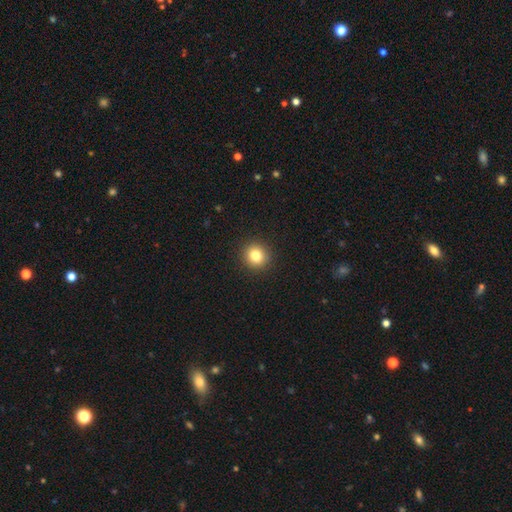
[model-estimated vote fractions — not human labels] A smooth galaxy with no disk features (82%) that is round (90%). Merging: none (92%).